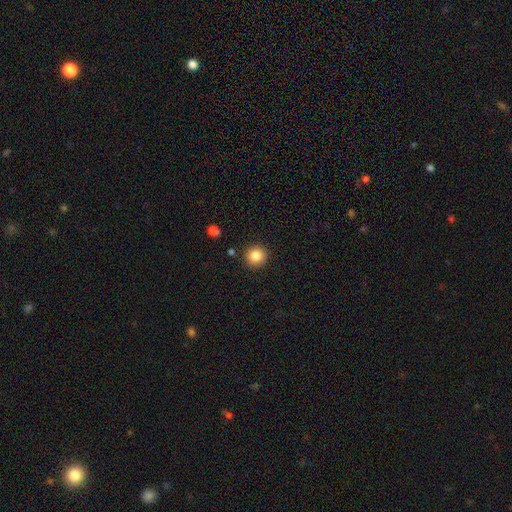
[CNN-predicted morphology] Smooth or featured?
  - smooth: 85% *
  - star or artifact: 10%
  - featured or disk: 5%
How rounded?
  - round: 93% *
  - in between: 6%
  - cigar-shaped: 1%
Merging?
  - none: 90% *
  - minor disturbance: 6%
  - major disturbance: 2%
  - merger: 2%